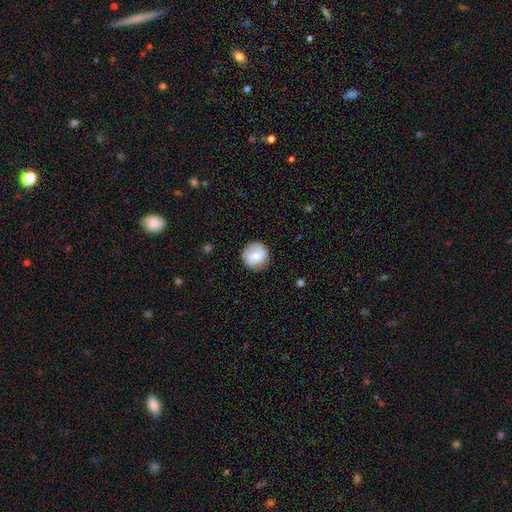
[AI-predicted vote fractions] Overall: smooth (69%). How rounded: round (93%). Merging: none (85%).